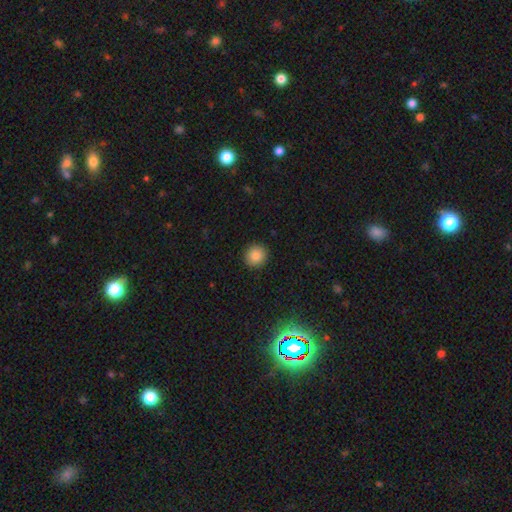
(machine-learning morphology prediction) Overall: smooth (85%). How rounded: round (93%). Merging: none (92%).